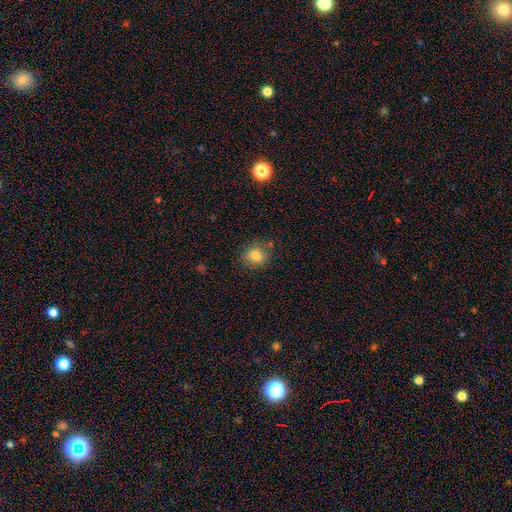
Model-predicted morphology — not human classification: smooth_or_featured: smooth (p=0.80) [alt: star or artifact p=0.12]
how_rounded: round (p=0.77) [alt: in between p=0.22]
merging: none (p=0.80) [alt: minor disturbance p=0.13]